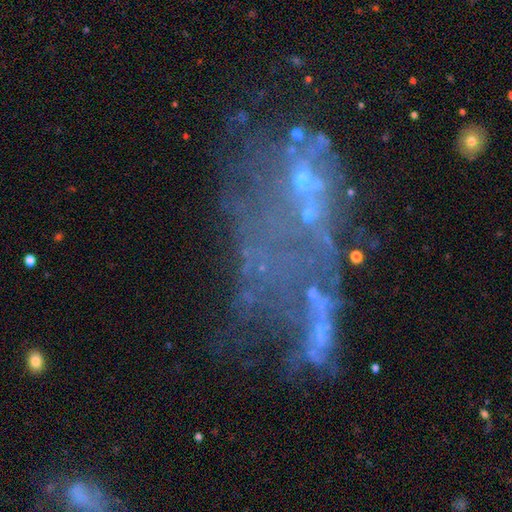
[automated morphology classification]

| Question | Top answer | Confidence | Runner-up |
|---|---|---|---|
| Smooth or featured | featured or disk | 48% | star or artifact (32%) |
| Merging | major disturbance | 40% | merger (27%) |